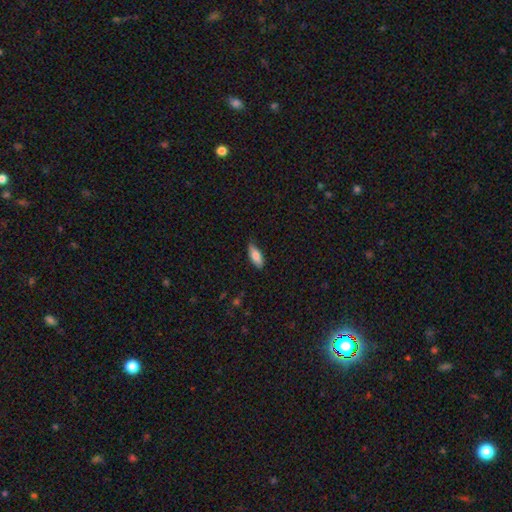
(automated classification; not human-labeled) A smooth galaxy with no disk features (82%) that is in between round and cigar-shaped (74%).

Vote fractions:
- Smooth or featured? smooth: 82% / featured or disk: 12% / star or artifact: 6%
- How rounded? in between: 74% / cigar-shaped: 24% / round: 2%
- Merging? none: 79% / minor disturbance: 17% / major disturbance: 3% / merger: 1%